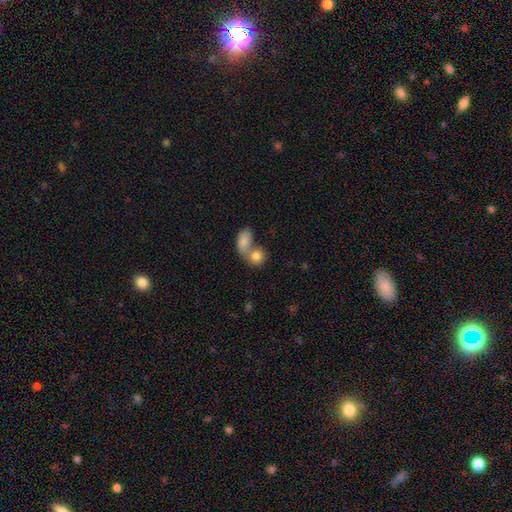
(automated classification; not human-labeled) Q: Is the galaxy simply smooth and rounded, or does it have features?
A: smooth — 82%.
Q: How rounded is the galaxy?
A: round — 58%.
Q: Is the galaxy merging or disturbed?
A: merger — 63%.